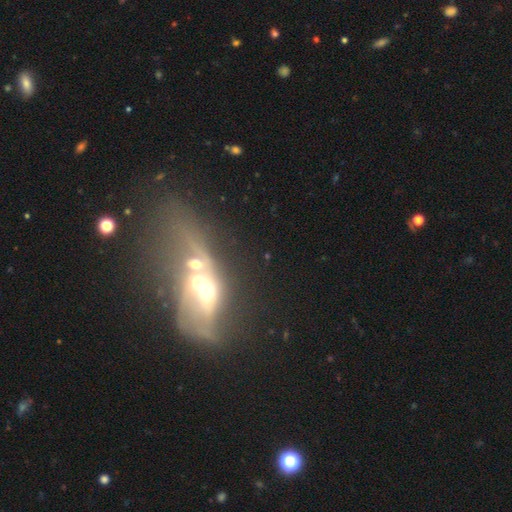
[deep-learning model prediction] smooth-or-featured: featured or disk: 52% | smooth: 27% | star or artifact: 21%
  disk-edge-on: no: 71% | yes: 29%
  merging: merger: 42% | major disturbance: 24% | none: 22% | minor disturbance: 12%